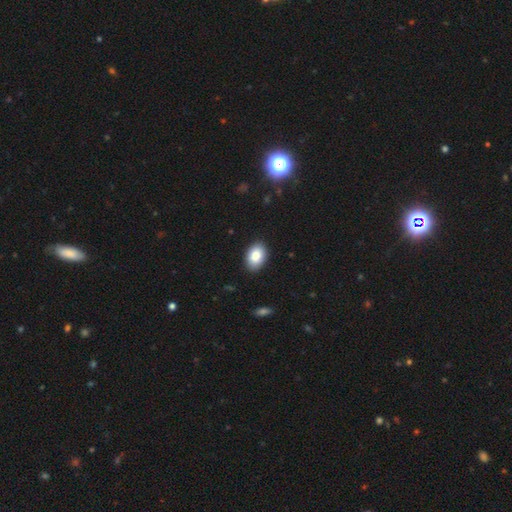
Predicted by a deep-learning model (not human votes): A smooth galaxy with no disk features (85%) that is in between round and cigar-shaped (86%). Merging: none (89%).